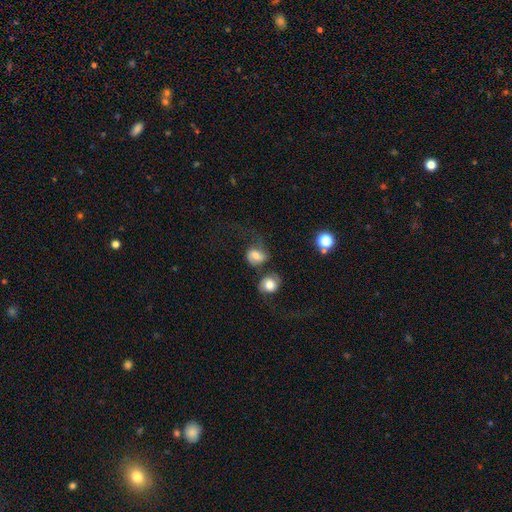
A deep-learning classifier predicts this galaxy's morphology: A smooth galaxy with no disk features (55%) that is round (53%). Merging: none (33%).